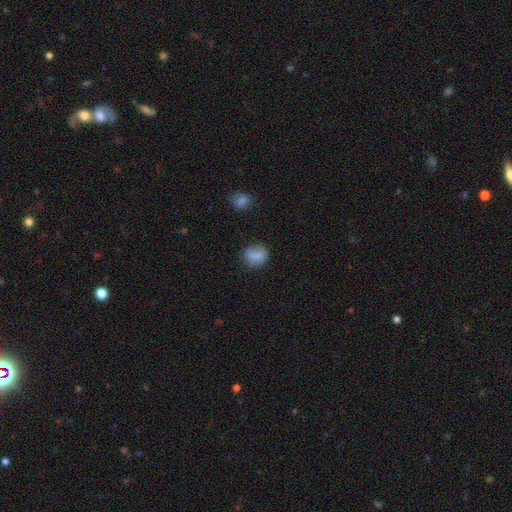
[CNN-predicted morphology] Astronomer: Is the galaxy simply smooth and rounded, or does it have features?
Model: smooth — 80%.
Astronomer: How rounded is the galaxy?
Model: round — 66%.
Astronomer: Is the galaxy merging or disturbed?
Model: none — 66%.